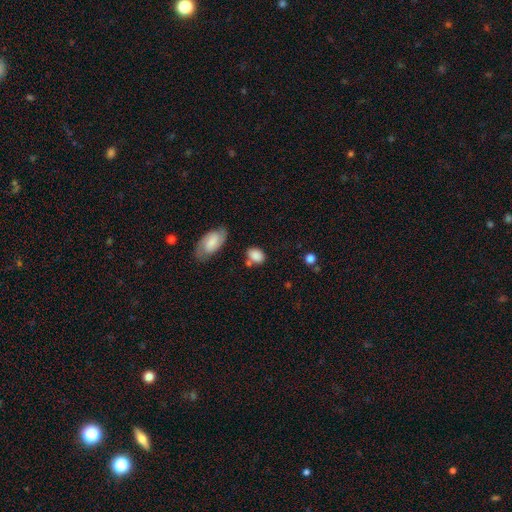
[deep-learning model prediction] Smooth or featured: smooth — 83% (featured or disk — 9%)
How rounded: in between — 77% (round — 21%)
Merging: none — 62% (minor disturbance — 20%)